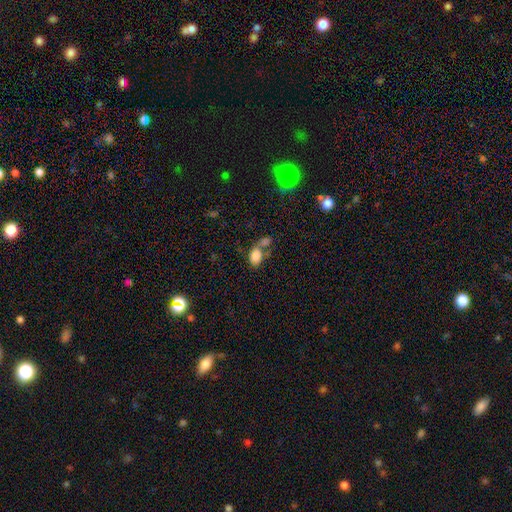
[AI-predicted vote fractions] Smooth or featured? Predicted: smooth (p=0.82). How rounded? Predicted: in between (p=0.78). Merging? Predicted: merger (p=0.46).